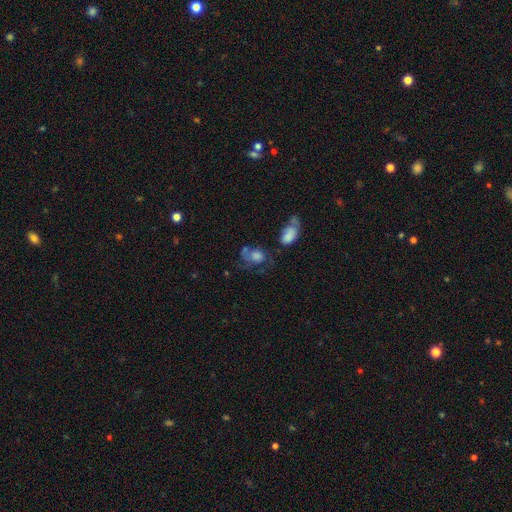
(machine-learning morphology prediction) smooth_or_featured: smooth (p=0.51) [alt: featured or disk p=0.38]
how_rounded: in between (p=0.61) [alt: round p=0.37]
merging: none (p=0.32) [alt: major disturbance p=0.29]